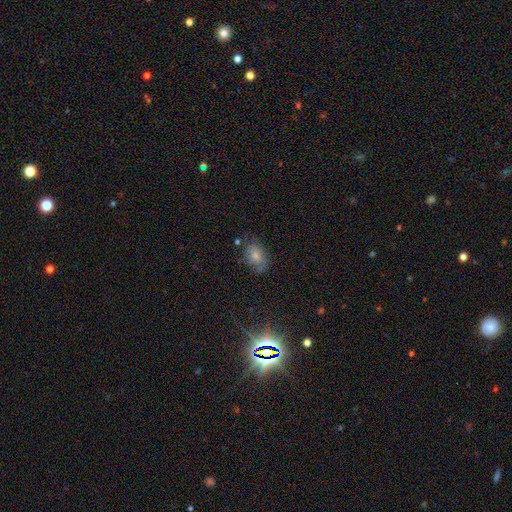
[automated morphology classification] smooth_or_featured: smooth (p=0.71) [alt: featured or disk p=0.18]
how_rounded: in between (p=0.81) [alt: round p=0.18]
merging: none (p=0.61) [alt: minor disturbance p=0.25]